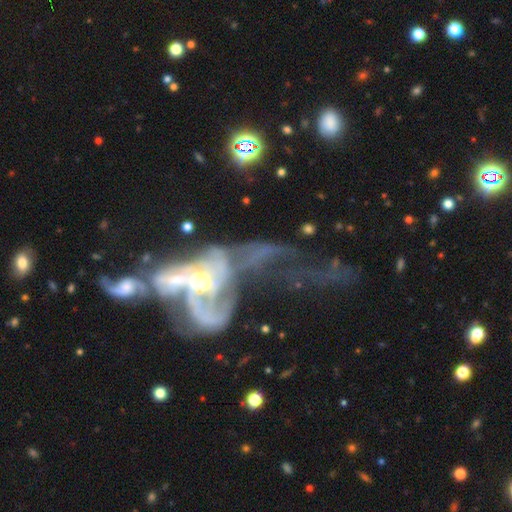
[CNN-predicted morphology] This appears to be a featured or disk galaxy (79%) with no bar (62%), loose (46%) spiral arms (72%) and a moderate central bulge (63%). Merging: merger (68%).